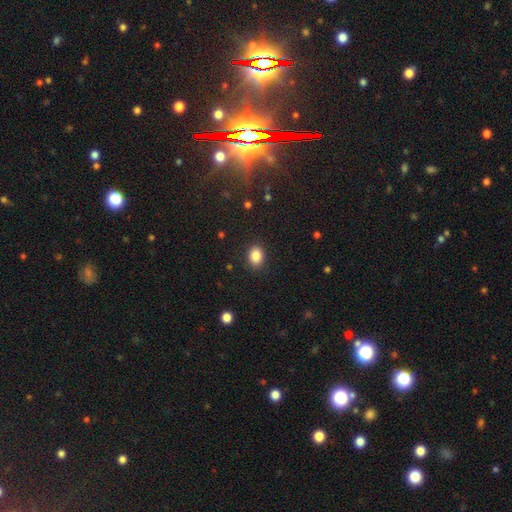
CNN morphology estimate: A smooth galaxy with no disk features (86%) that is in between round and cigar-shaped (63%).

Vote fractions:
- Smooth or featured? smooth: 86% / star or artifact: 9% / featured or disk: 5%
- How rounded? in between: 63% / round: 36% / cigar-shaped: 1%
- Merging? none: 88% / minor disturbance: 8% / major disturbance: 2% / merger: 1%